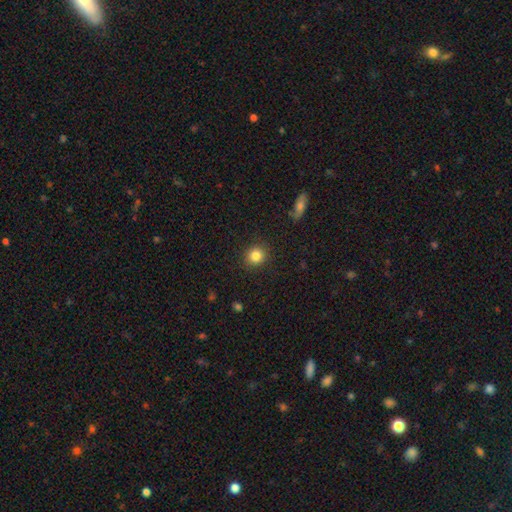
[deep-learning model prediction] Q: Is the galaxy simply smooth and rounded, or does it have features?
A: smooth — 85%.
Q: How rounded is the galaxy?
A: round — 89%.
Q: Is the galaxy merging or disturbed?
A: none — 90%.